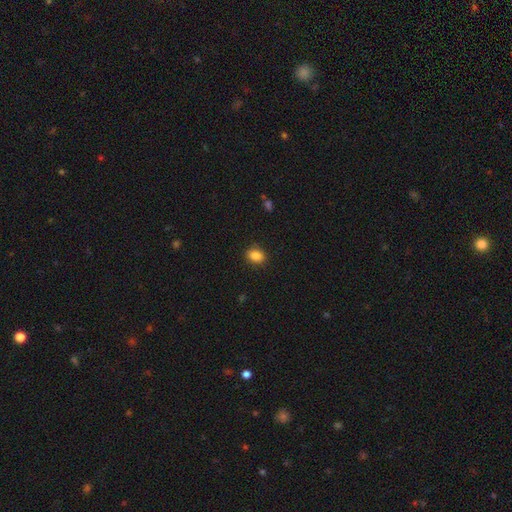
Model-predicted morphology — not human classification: Smooth or featured? Predicted: smooth (p=0.87). How rounded? Predicted: in between (p=0.62). Merging? Predicted: none (p=0.88).